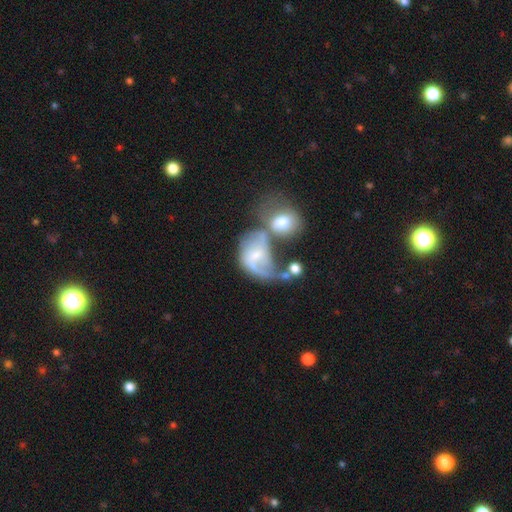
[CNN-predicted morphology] smooth-or-featured: featured or disk: 65% | smooth: 26% | star or artifact: 9%
  disk-edge-on: no: 97% | yes: 3%
    bar: no: 55% | weak: 35% | strong: 10%
    has-spiral-arms: yes: 78% | no: 22%
    bulge-size: small: 58% | moderate: 30% | none: 8% | large: 3% | dominant: 2%
  merging: merger: 49% | major disturbance: 24% | none: 16% | minor disturbance: 11%